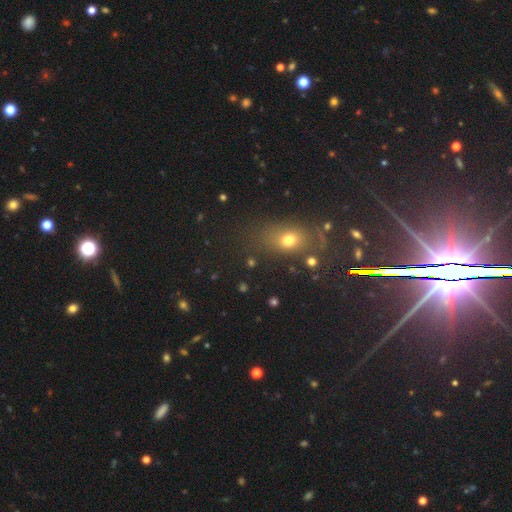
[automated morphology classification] Smooth or featured: star or artifact — 52% (smooth — 32%)